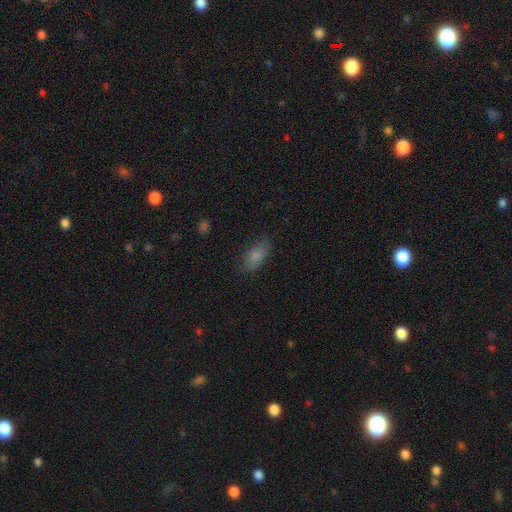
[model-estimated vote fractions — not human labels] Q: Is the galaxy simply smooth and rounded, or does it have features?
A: smooth — 82%.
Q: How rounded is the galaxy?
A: in between — 89%.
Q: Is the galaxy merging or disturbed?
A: none — 77%.